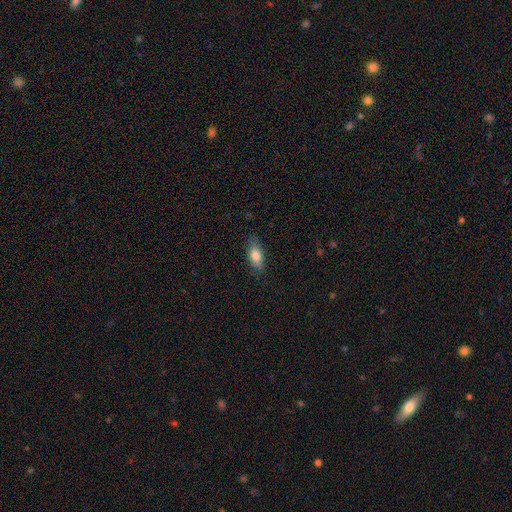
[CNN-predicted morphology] A smooth galaxy with no disk features (80%) that is in between round and cigar-shaped (82%). Merging: none (78%).